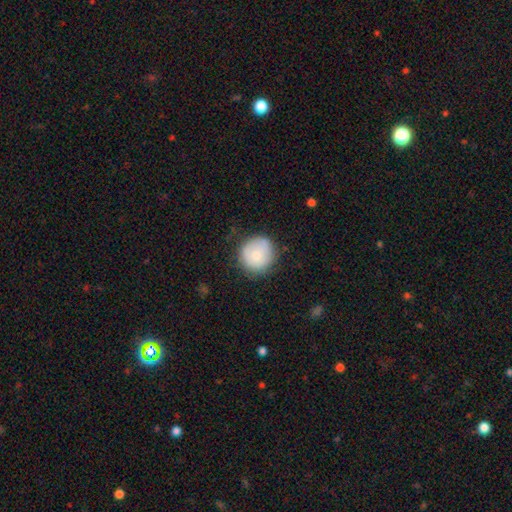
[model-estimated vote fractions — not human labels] Smooth or featured? smooth (77%)
How rounded? round (92%)
Merging? none (74%)